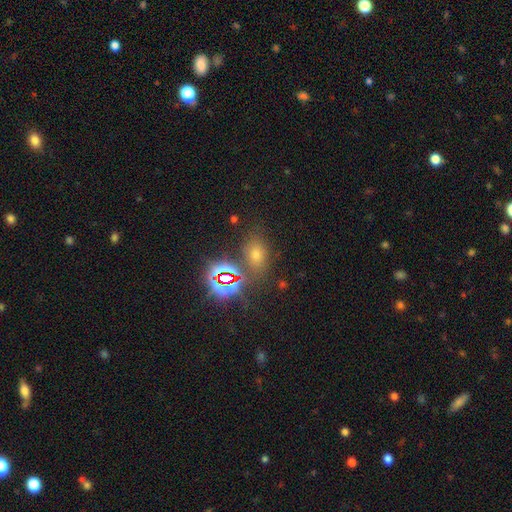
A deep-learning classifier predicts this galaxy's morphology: Q: Smooth or featured?
A: smooth (49%); runner-up: star or artifact (41%)
Q: Merging?
A: none (76%); runner-up: minor disturbance (12%)